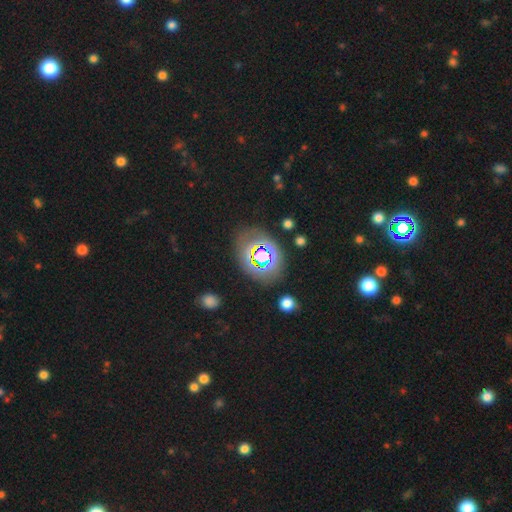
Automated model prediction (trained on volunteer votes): Smooth or featured? Predicted: star or artifact (p=0.48).